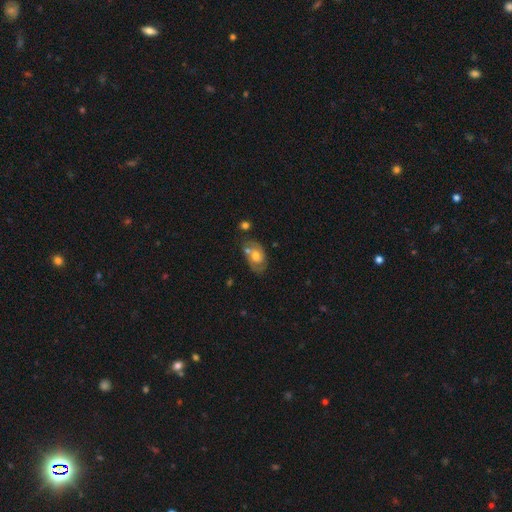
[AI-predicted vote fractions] Smooth or featured: featured or disk — 57% (smooth — 35%)
Edge-on disk: no — 95% (yes — 5%)
Bar: no — 71% (weak — 25%)
Spiral arms: yes — 75% (no — 25%)
Bulge size: moderate — 64% (small — 18%)
Merging: none — 58% (minor disturbance — 20%)